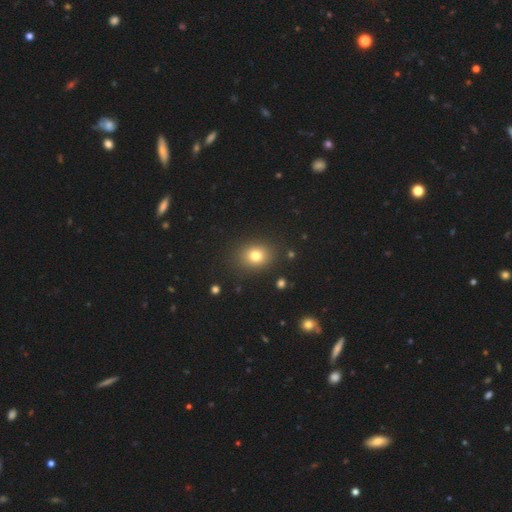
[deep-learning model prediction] Smooth or featured? Predicted: smooth (p=0.78). How rounded? Predicted: round (p=0.51). Merging? Predicted: none (p=0.87).